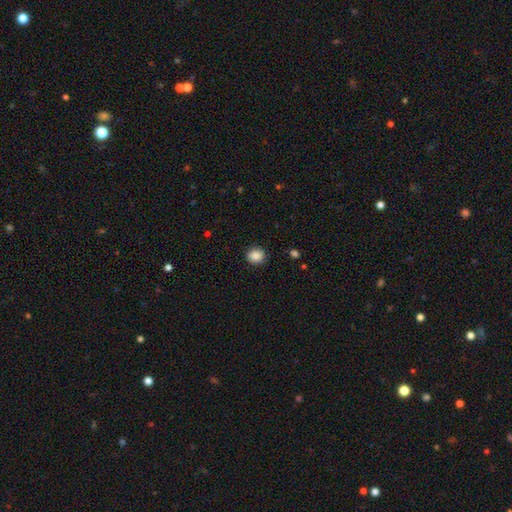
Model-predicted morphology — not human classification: Smooth or featured?
  - smooth: 88% *
  - star or artifact: 9%
  - featured or disk: 3%
How rounded?
  - round: 75% *
  - in between: 24%
  - cigar-shaped: 1%
Merging?
  - none: 88% *
  - minor disturbance: 8%
  - major disturbance: 2%
  - merger: 1%